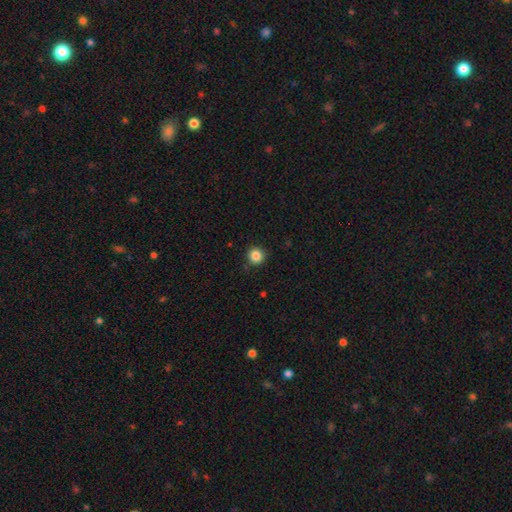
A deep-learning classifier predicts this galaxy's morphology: smooth_or_featured: smooth (p=0.85) [alt: star or artifact p=0.10]
how_rounded: round (p=0.93) [alt: in between p=0.06]
merging: none (p=0.89) [alt: minor disturbance p=0.08]